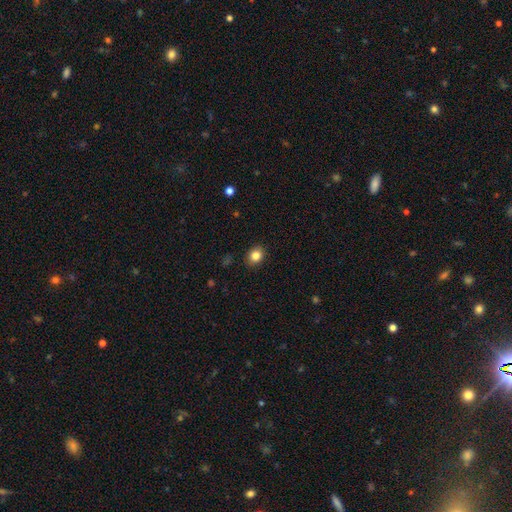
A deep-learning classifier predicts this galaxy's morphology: type=smooth (84%); roundness=round (60%); merging=none (89%).